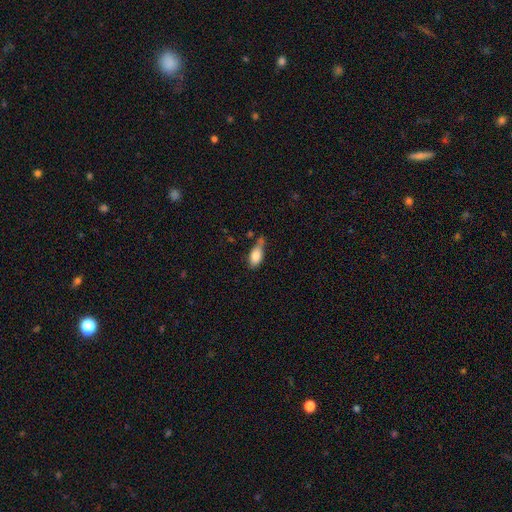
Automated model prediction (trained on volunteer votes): The model was most divided on "merging": none: 40%, minor disturbance: 33%, merger: 14%, major disturbance: 13%. More confident: how rounded — in between (87%); smooth or featured — smooth (81%).